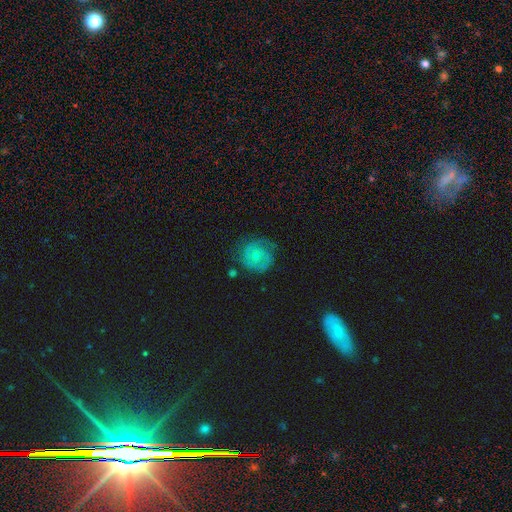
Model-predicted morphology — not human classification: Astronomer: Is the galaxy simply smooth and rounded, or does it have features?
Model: featured or disk — 63%.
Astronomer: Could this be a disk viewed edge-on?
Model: no — 98%.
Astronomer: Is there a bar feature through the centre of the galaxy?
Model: no — 73%.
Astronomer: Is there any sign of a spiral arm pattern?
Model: yes — 87%.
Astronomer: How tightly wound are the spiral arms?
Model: tight — 55% (runner-up: medium, 34%).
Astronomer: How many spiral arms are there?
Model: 2 — 47% (runner-up: can't tell, 25%).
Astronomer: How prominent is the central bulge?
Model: small — 64%.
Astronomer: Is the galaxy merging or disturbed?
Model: none — 67%.